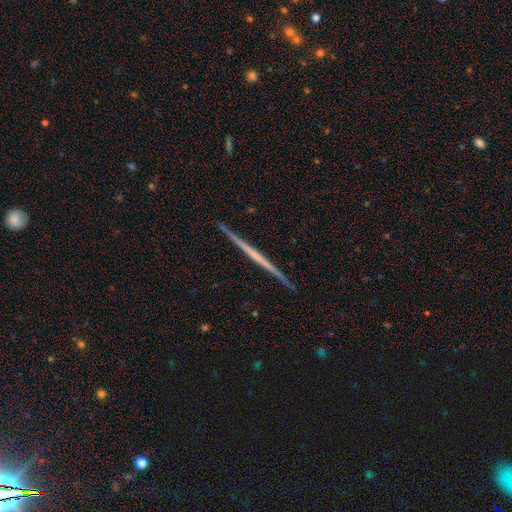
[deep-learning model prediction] featured or disk 72%, smooth 23%, star or artifact 6%. Down the decision tree: edge-on disk — yes (98%); edge-on bulge — none (84%); merging — none (92%).